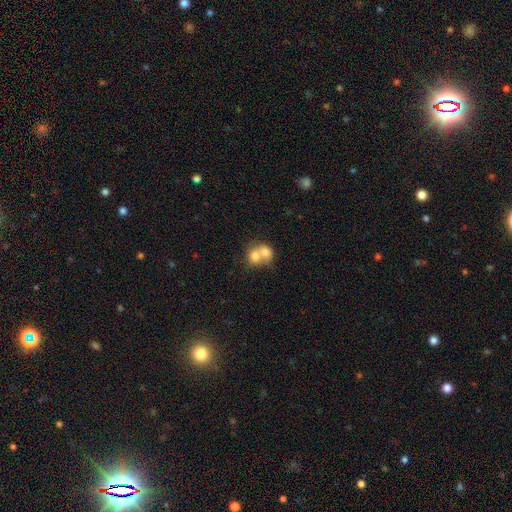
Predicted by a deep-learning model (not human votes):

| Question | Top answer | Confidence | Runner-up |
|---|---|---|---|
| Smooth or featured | smooth | 70% | featured or disk (22%) |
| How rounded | round | 63% | in between (36%) |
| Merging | merger | 74% | none (18%) |